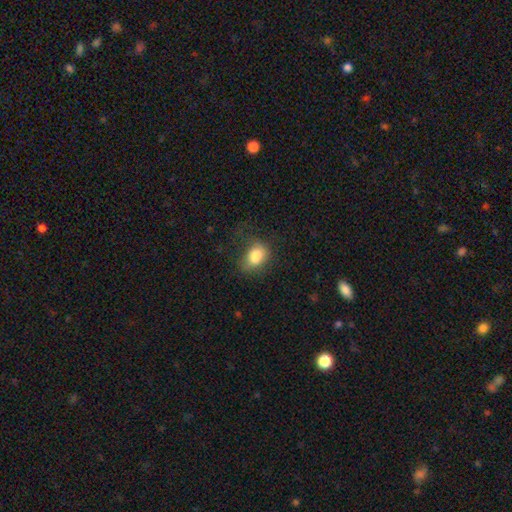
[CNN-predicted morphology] Overall: smooth (81%). How rounded: in between (71%). Merging: none (51%; minor disturbance 28%).